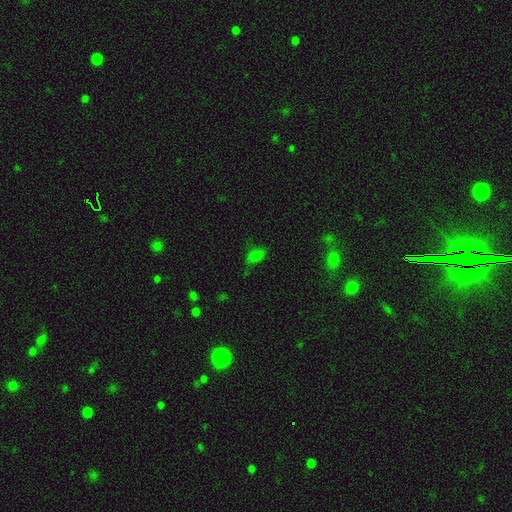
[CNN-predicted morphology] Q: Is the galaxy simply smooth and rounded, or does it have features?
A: smooth — 68%.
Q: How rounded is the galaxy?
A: in between — 86%.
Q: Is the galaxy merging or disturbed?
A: none — 55%.